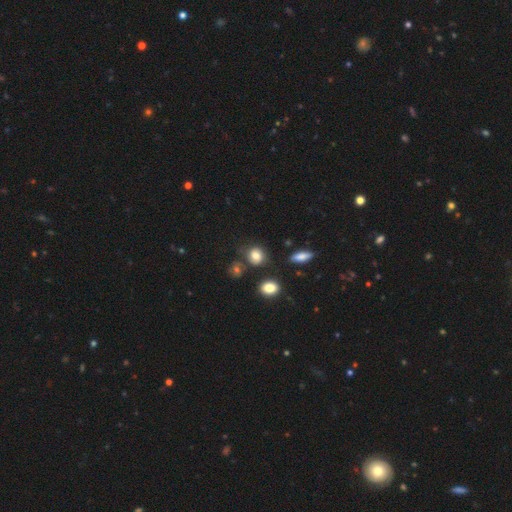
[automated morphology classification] Smooth or featured: smooth — 80% (star or artifact — 12%)
How rounded: round — 65% (in between — 34%)
Merging: none — 68% (minor disturbance — 17%)